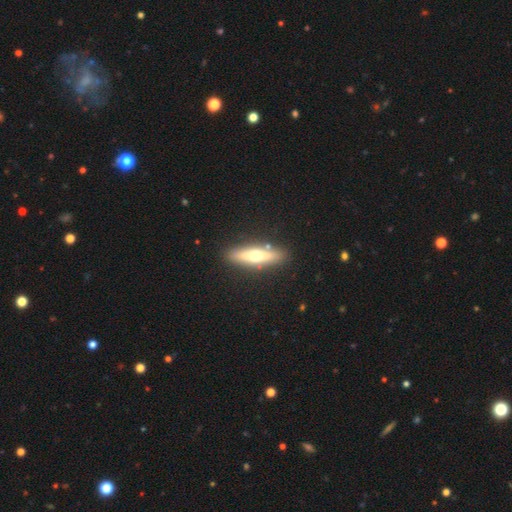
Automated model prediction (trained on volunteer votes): Smooth or featured? Predicted: smooth (p=0.49). Merging? Predicted: none (p=0.86).